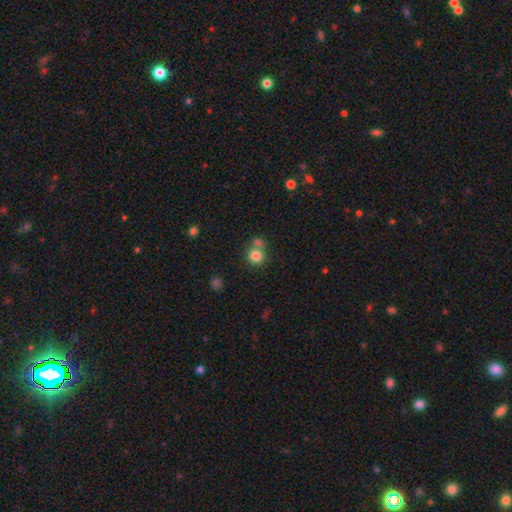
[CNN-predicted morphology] This is clearly a smooth galaxy (81%). How rounded: clearly round (88%). Merging: possibly none (57%).